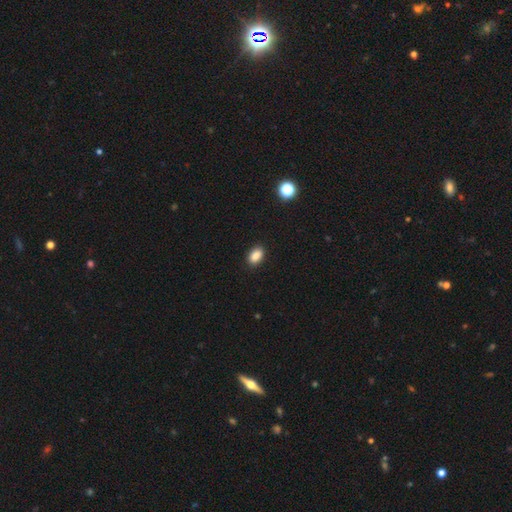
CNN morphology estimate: This appears to be a smooth galaxy with no disk features (88%) that is in between round and cigar-shaped (89%). Merging: none (89%).